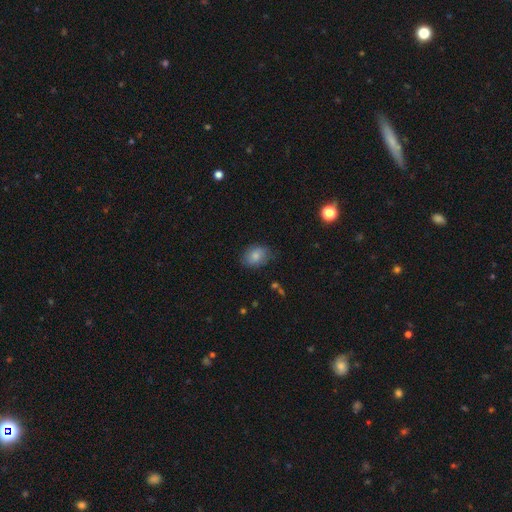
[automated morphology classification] smooth_or_featured: smooth (p=0.80) [alt: featured or disk p=0.12]
how_rounded: in between (p=0.71) [alt: round p=0.28]
merging: none (p=0.75) [alt: minor disturbance p=0.19]